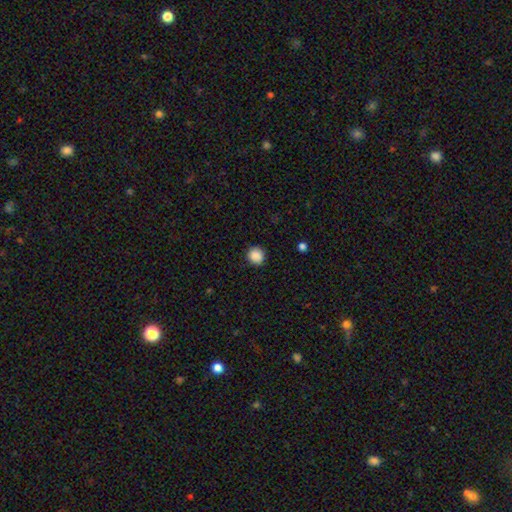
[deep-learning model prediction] The model was most divided on "smooth or featured": smooth: 88%, star or artifact: 9%, featured or disk: 3%. More confident: how rounded — round (91%); merging — none (90%).